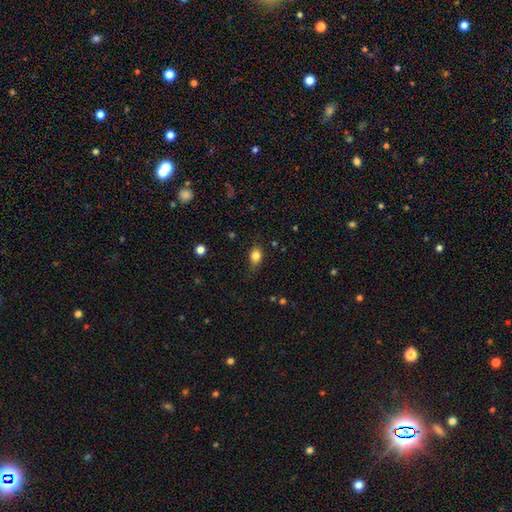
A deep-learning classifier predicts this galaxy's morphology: smooth 82%, star or artifact 10%, featured or disk 8%. Down the decision tree: how rounded — in between (67%); merging — none (67%).